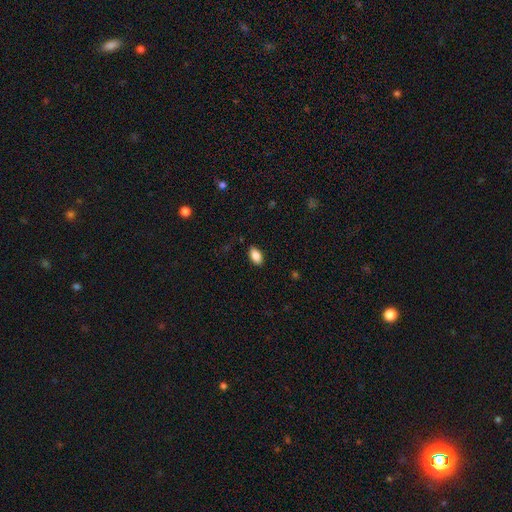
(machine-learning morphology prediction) The model was most divided on "merging": none: 87%, minor disturbance: 10%, major disturbance: 2%, merger: 1%. More confident: how rounded — in between (92%); smooth or featured — smooth (87%).